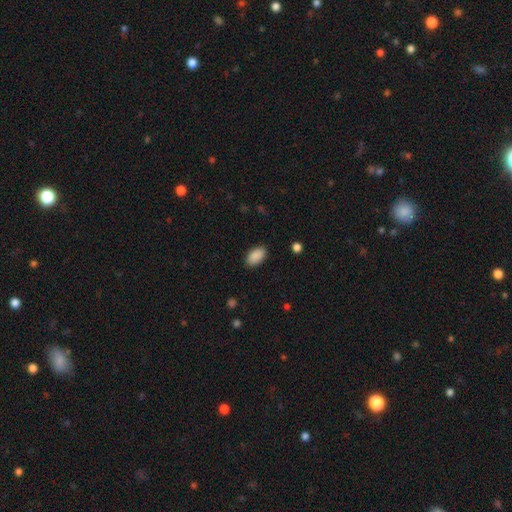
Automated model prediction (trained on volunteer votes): Morphology: type=smooth (90%); roundness=in between (94%); merging=none (87%).